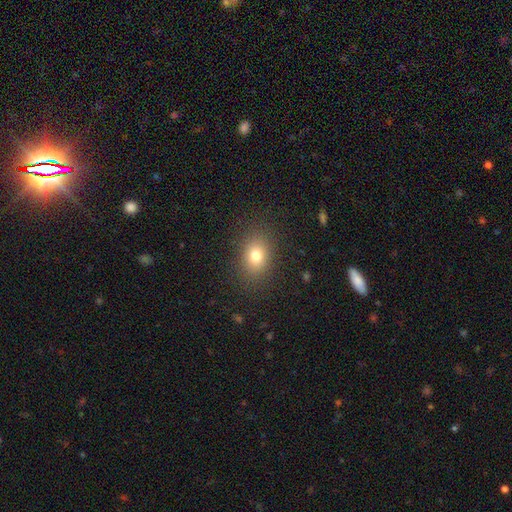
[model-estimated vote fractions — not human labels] Smooth or featured? smooth (77%)
How rounded? in between (64%)
Merging? none (86%)